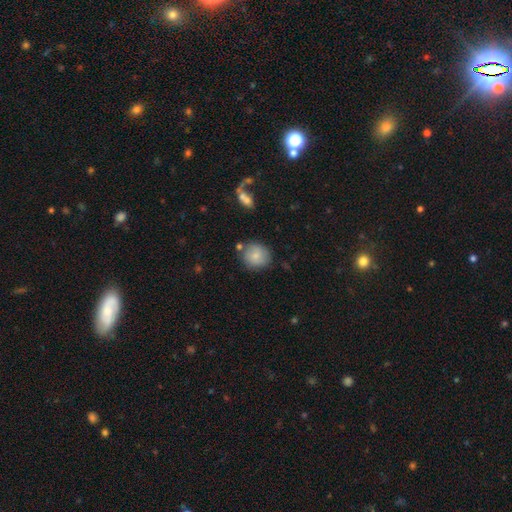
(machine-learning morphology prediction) smooth-or-featured: smooth: 77% | featured or disk: 15% | star or artifact: 8%
  how-rounded: round: 86% | in between: 13% | cigar-shaped: 1%
  merging: none: 74% | minor disturbance: 15% | merger: 7% | major disturbance: 4%